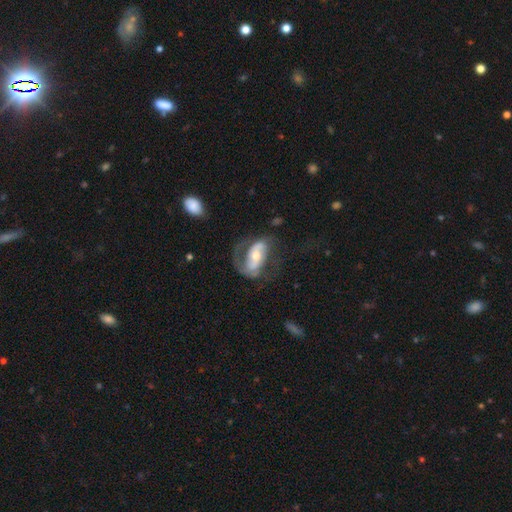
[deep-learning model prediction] The model was most divided on "bar": strong: 35%, no: 34%, weak: 30%. Remaining: edge-on disk — no (94%); spiral arms — yes (84%); smooth or featured — featured or disk (75%); spiral arm count — 2 (71%); bulge size — moderate (60%); merging — none (49%); spiral winding — medium (44%).